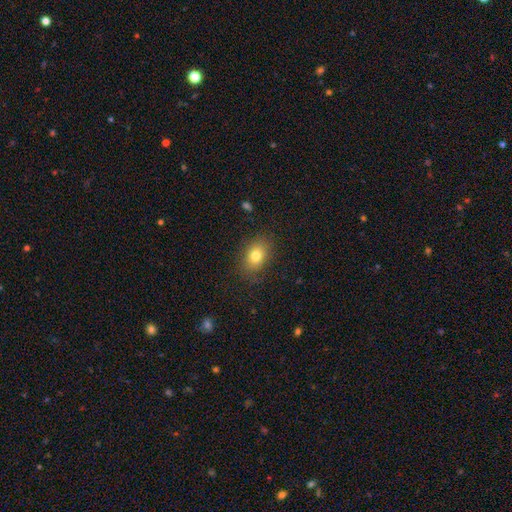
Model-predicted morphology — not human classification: Smooth or featured: smooth — 78% (featured or disk — 11%)
How rounded: in between — 72% (round — 27%)
Merging: none — 84% (minor disturbance — 11%)